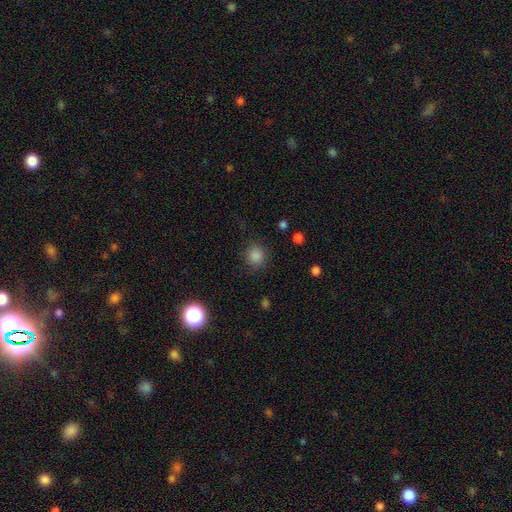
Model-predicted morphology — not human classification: smooth 85%, star or artifact 12%, featured or disk 4%. Down the decision tree: how rounded — round (90%); merging — none (86%).